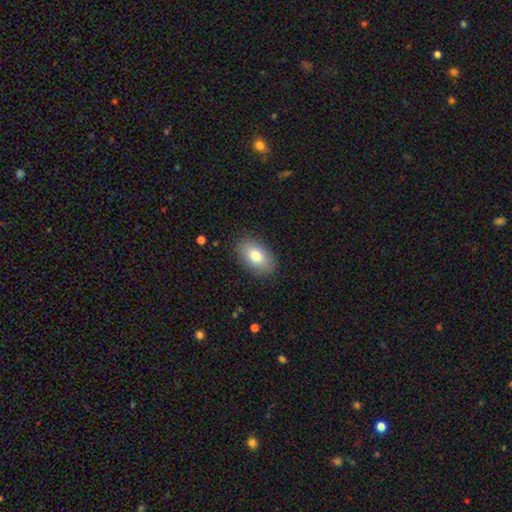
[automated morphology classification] Smooth or featured? Predicted: smooth (p=0.79). How rounded? Predicted: in between (p=0.91). Merging? Predicted: none (p=0.88).